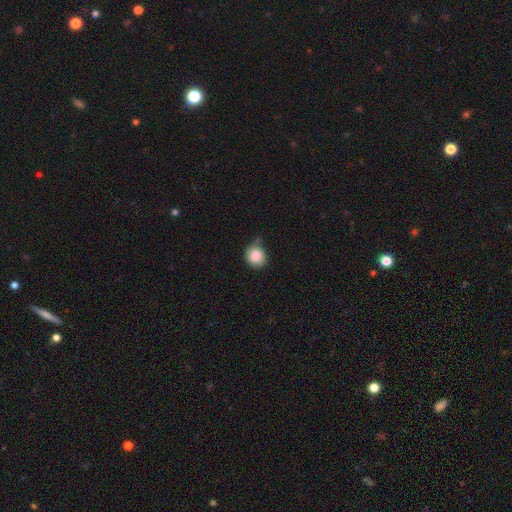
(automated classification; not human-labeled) This appears to be a smooth galaxy with no disk features (87%) that is round (83%). Merging: none (64%).